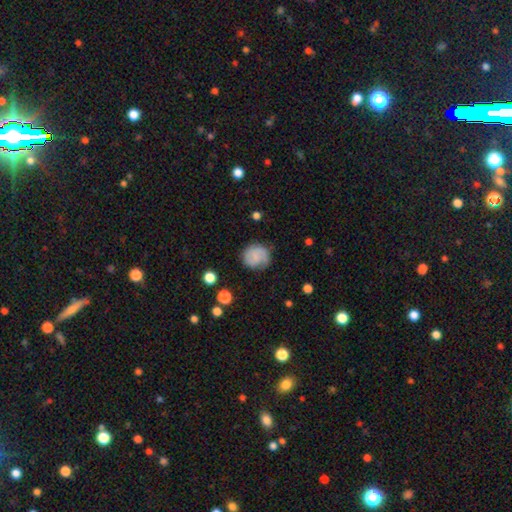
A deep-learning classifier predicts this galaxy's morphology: Overall: smooth (63%; featured or disk 29%). How rounded: round (85%). Merging: none (71%).